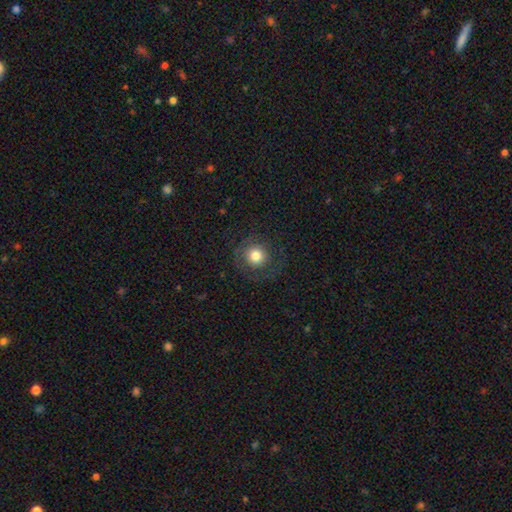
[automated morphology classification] Smooth or featured?
  - smooth: 76% *
  - featured or disk: 13%
  - star or artifact: 11%
How rounded?
  - round: 94% *
  - in between: 5%
  - cigar-shaped: 1%
Merging?
  - none: 79% *
  - minor disturbance: 11%
  - major disturbance: 8%
  - merger: 1%